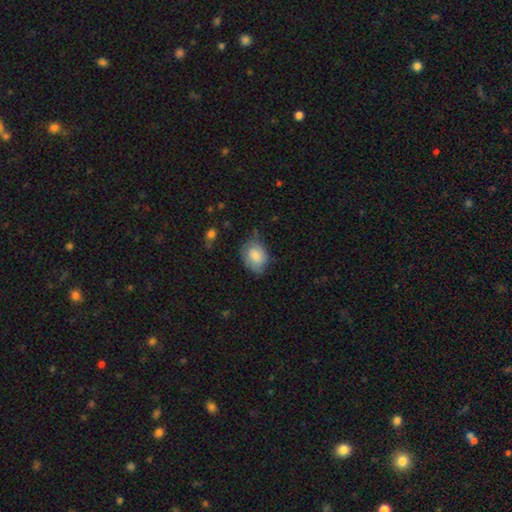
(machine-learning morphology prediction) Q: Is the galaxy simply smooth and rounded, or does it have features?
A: smooth — 80%.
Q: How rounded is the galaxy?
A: in between — 70%.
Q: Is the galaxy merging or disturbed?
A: none — 57%.